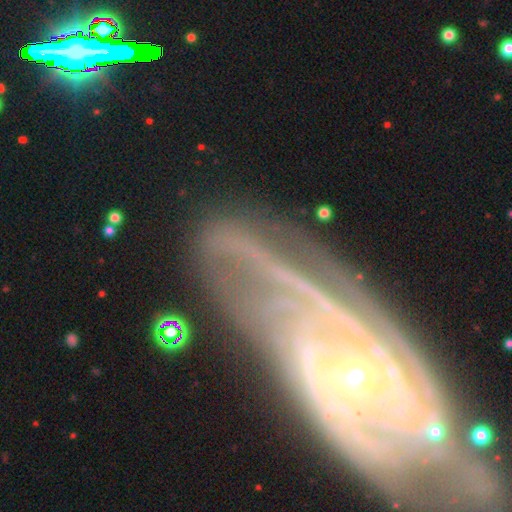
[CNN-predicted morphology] smooth_or_featured: featured or disk (p=0.86) [alt: star or artifact p=0.08]
disk_edge_on: no (p=0.90) [alt: yes p=0.10]
bar: no (p=0.62) [alt: weak p=0.23]
has_spiral_arms: yes (p=0.95) [alt: no p=0.05]
spiral_winding: tight (p=0.65) [alt: medium p=0.27]
spiral_arm_count: 2 (p=0.31) [alt: can't tell p=0.24]
bulge_size: small (p=0.68) [alt: moderate p=0.28]
merging: none (p=0.69) [alt: minor disturbance p=0.18]